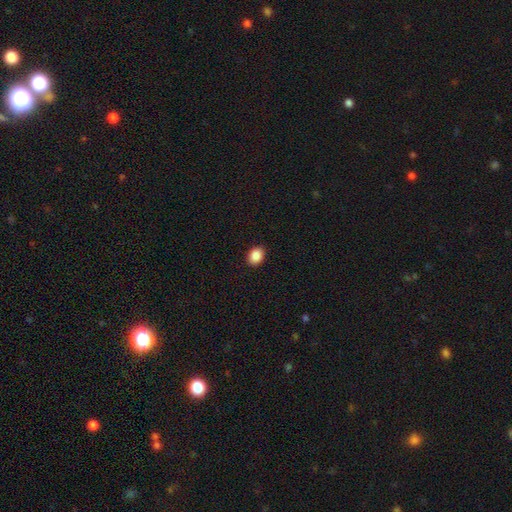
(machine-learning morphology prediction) Smooth or featured? Predicted: smooth (p=0.89). How rounded? Predicted: in between (p=0.59). Merging? Predicted: none (p=0.91).